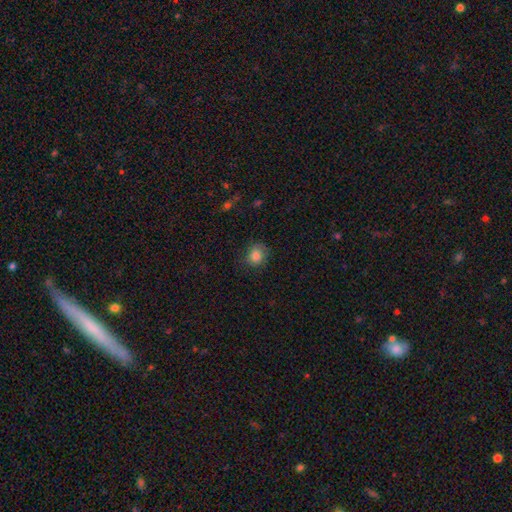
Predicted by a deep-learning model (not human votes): smooth-or-featured: smooth: 82% | star or artifact: 10% | featured or disk: 8%
  how-rounded: round: 71% | in between: 28% | cigar-shaped: 1%
  merging: none: 73% | minor disturbance: 20% | major disturbance: 6% | merger: 1%